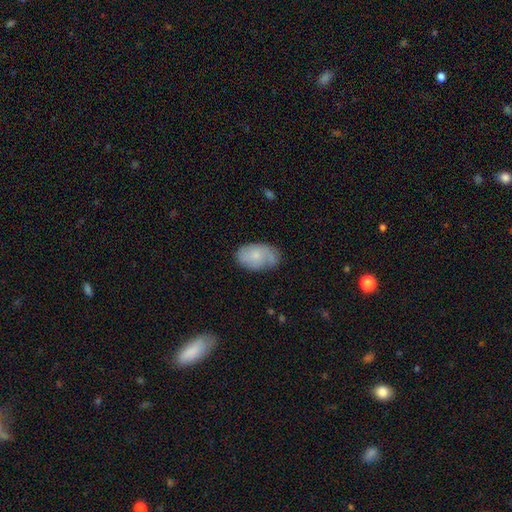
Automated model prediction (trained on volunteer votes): Morphology: type=smooth (59%); roundness=in between (91%); merging=none (63%).